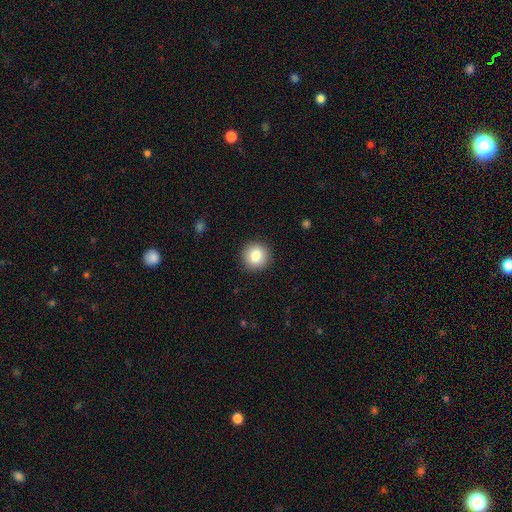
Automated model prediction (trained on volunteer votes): smooth_or_featured: smooth (p=0.83) [alt: star or artifact p=0.09]
how_rounded: round (p=0.94) [alt: in between p=0.05]
merging: none (p=0.91) [alt: minor disturbance p=0.06]